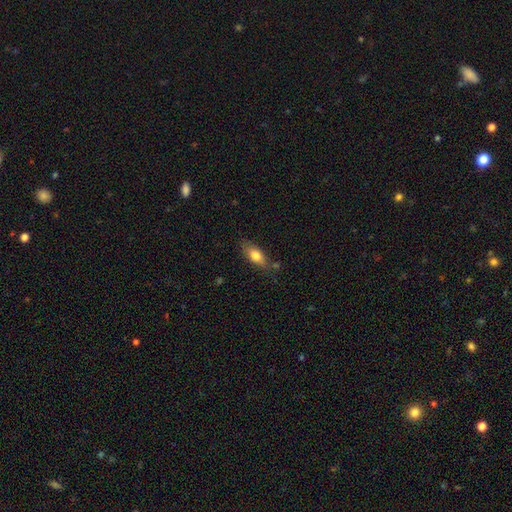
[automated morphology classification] Smooth or featured?
  - smooth: 76% *
  - featured or disk: 17%
  - star or artifact: 7%
How rounded?
  - in between: 79% *
  - cigar-shaped: 17%
  - round: 4%
Merging?
  - none: 71% *
  - minor disturbance: 20%
  - merger: 5%
  - major disturbance: 4%